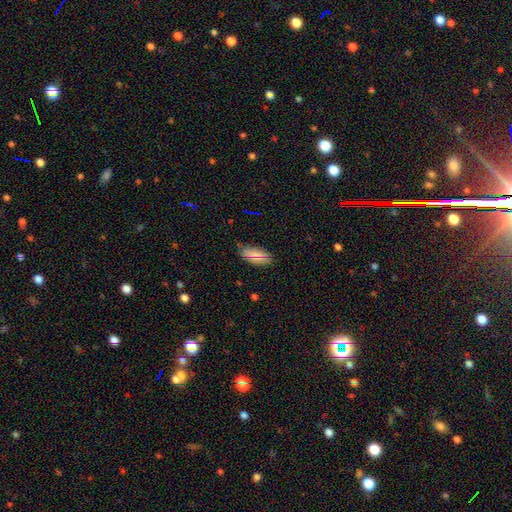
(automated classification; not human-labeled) A smooth galaxy with no disk features (74%) that is in between round and cigar-shaped (90%).

Vote fractions:
- Smooth or featured? smooth: 74% / star or artifact: 17% / featured or disk: 10%
- How rounded? in between: 90% / cigar-shaped: 7% / round: 3%
- Merging? none: 81% / minor disturbance: 15% / major disturbance: 3% / merger: 2%